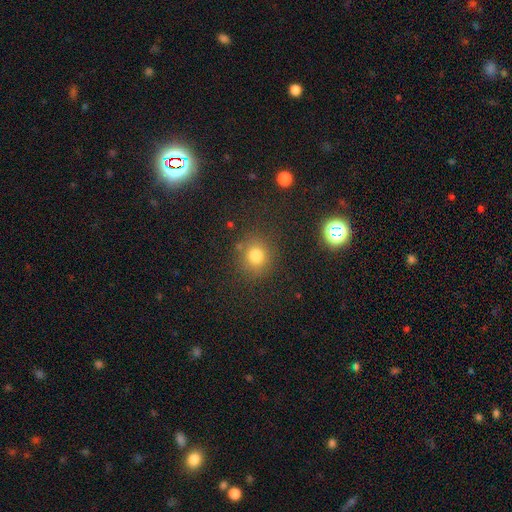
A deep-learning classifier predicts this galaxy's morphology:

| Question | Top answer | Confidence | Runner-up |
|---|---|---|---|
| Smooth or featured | smooth | 77% | star or artifact (16%) |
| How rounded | round | 85% | in between (13%) |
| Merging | none | 82% | minor disturbance (10%) |